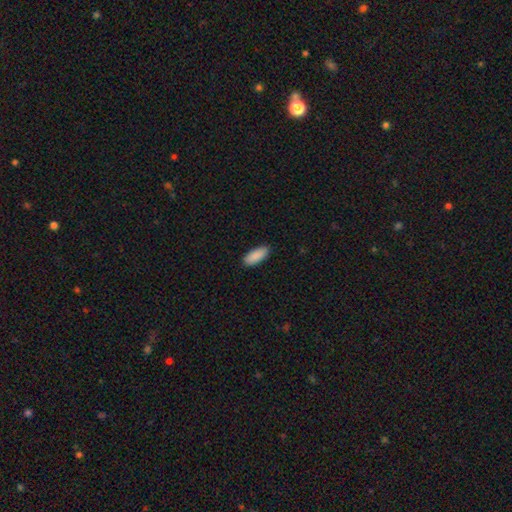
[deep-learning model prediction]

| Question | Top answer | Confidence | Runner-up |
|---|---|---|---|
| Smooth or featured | smooth | 91% | star or artifact (5%) |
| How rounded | in between | 81% | cigar-shaped (18%) |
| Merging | none | 90% | minor disturbance (7%) |